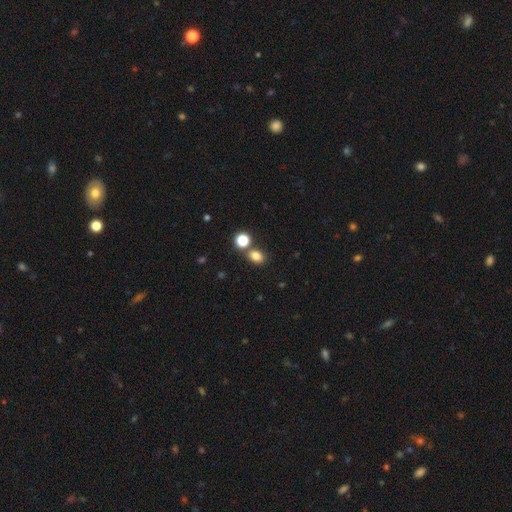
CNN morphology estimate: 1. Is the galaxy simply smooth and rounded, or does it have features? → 81% smooth, 14% star or artifact, 6% featured or disk.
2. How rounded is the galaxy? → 51% in between, 48% round, 1% cigar-shaped.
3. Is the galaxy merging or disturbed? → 69% none, 18% merger, 10% minor disturbance, 3% major disturbance.